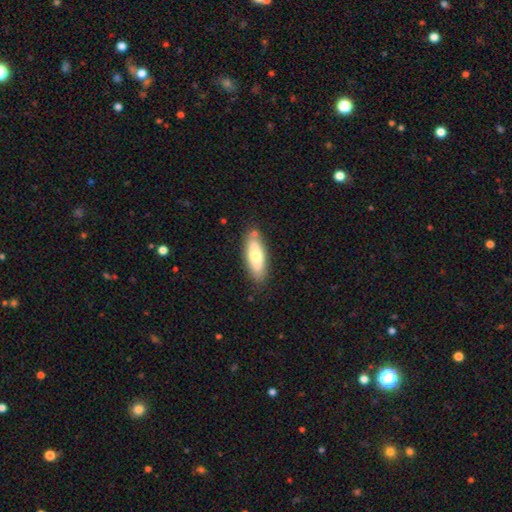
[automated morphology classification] smooth 64%, featured or disk 29%, star or artifact 6%. Down the decision tree: how rounded — in between (65%); merging — none (77%).